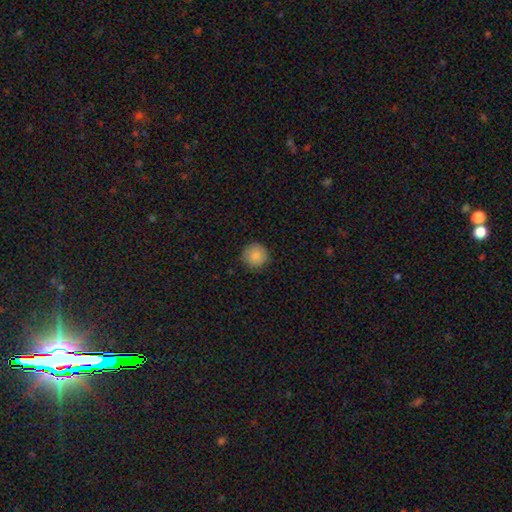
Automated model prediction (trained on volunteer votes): smooth 86%, star or artifact 9%, featured or disk 5%. Down the decision tree: how rounded — round (95%); merging — none (89%).